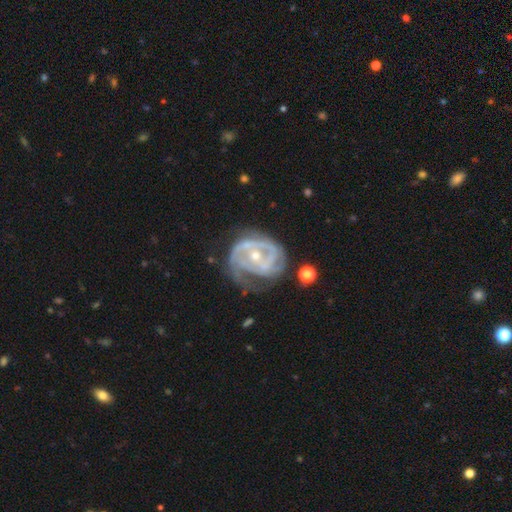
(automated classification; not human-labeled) This is clearly a featured or disk galaxy (87%). It is clearly not viewed edge-on (97%). Bar: possibly no (46%). Spiral arm pattern: clearly yes (92%). Spiral arm count: marginally 2 (39%). Spiral winding: likely tight (61%). Central bulge: possibly small (56%). Merging: possibly none (47%).